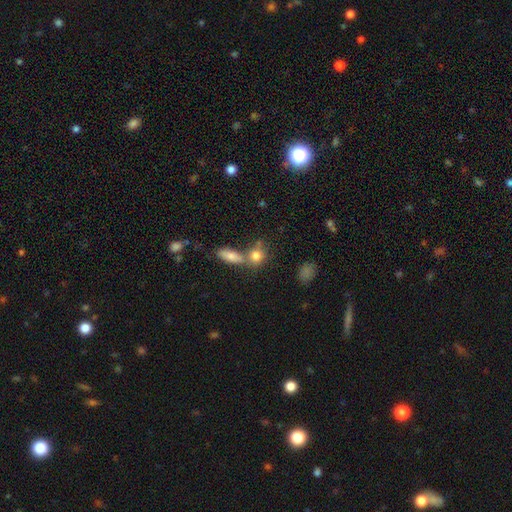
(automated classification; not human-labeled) A smooth galaxy with no disk features (79%) that is round (58%).

Vote fractions:
- Smooth or featured? smooth: 79% / featured or disk: 11% / star or artifact: 10%
- How rounded? round: 58% / in between: 37% / cigar-shaped: 5%
- Merging? none: 45% / merger: 40% / minor disturbance: 10% / major disturbance: 4%